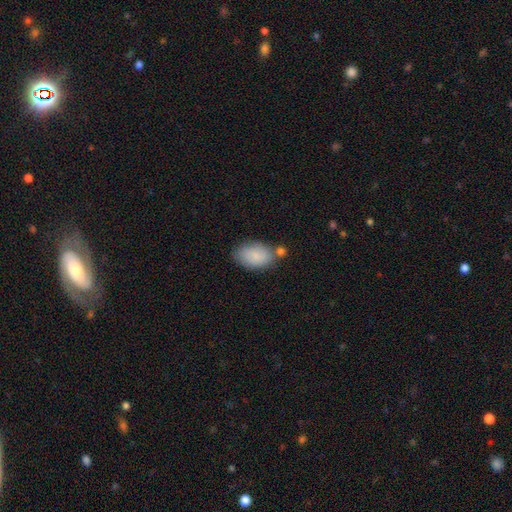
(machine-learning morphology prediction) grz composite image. It shows a smooth galaxy with no disk features (84%) that is in between round and cigar-shaped (92%). Merging: none (62%).